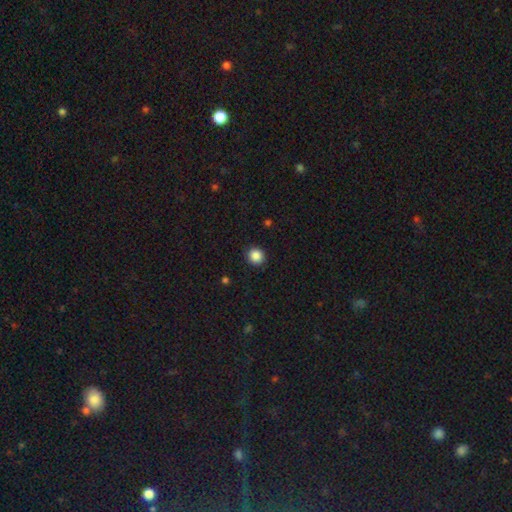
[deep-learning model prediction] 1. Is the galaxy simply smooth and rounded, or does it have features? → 87% smooth, 10% star or artifact, 3% featured or disk.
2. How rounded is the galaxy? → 89% round, 10% in between, 1% cigar-shaped.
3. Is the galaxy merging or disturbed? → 90% none, 7% minor disturbance, 2% major disturbance, 1% merger.